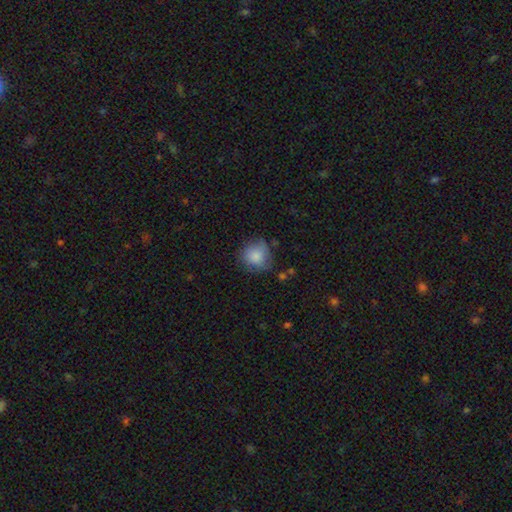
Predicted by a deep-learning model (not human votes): The model was most divided on "merging": none: 63%, minor disturbance: 26%, major disturbance: 8%, merger: 2%. More confident: how rounded — round (84%); smooth or featured — smooth (82%).